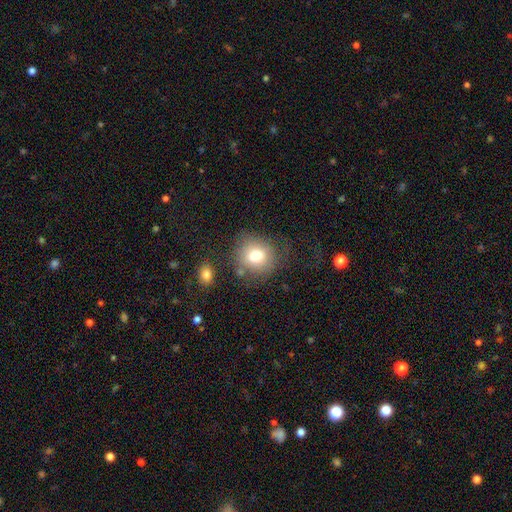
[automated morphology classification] smooth-or-featured: smooth: 77% | featured or disk: 13% | star or artifact: 10%
  how-rounded: round: 79% | in between: 20% | cigar-shaped: 1%
  merging: none: 67% | minor disturbance: 17% | major disturbance: 9% | merger: 6%